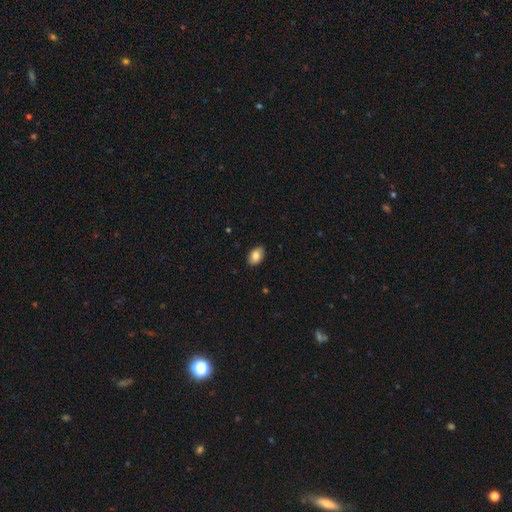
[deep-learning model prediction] Smooth or featured: smooth — 83% (featured or disk — 10%)
How rounded: in between — 89% (round — 10%)
Merging: none — 88% (minor disturbance — 10%)